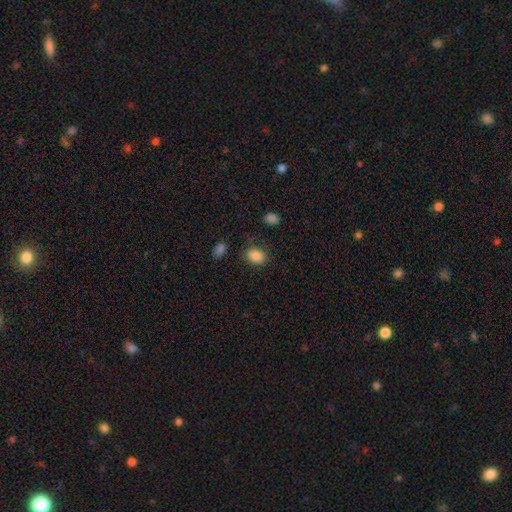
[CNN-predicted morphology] smooth 86%, star or artifact 9%, featured or disk 5%. Down the decision tree: how rounded — in between (64%); merging — none (78%).